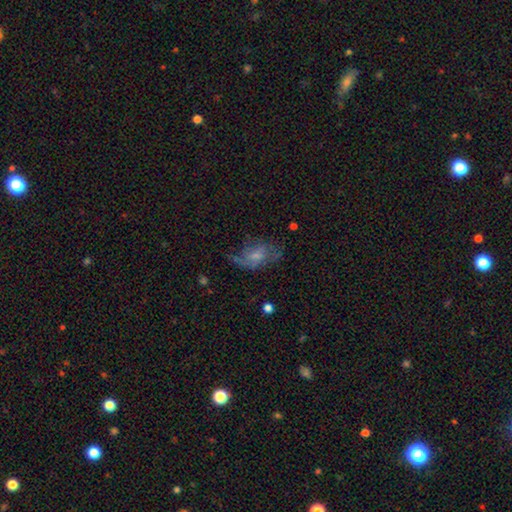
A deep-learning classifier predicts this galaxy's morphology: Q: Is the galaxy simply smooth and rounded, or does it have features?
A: featured or disk — 49%.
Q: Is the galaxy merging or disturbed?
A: none — 43%.